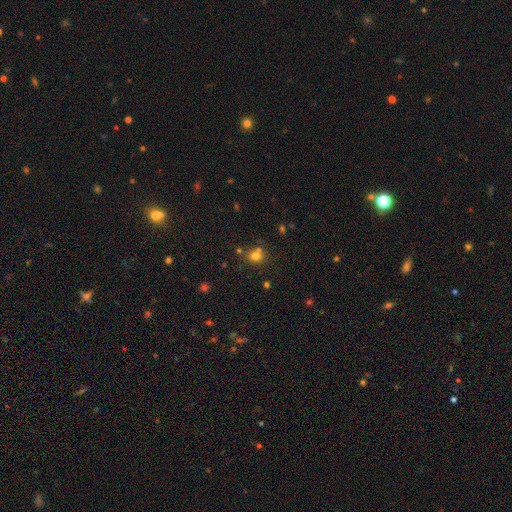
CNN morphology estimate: Smooth or featured? Predicted: smooth (p=0.73). How rounded? Predicted: round (p=0.81). Merging? Predicted: none (p=0.65).